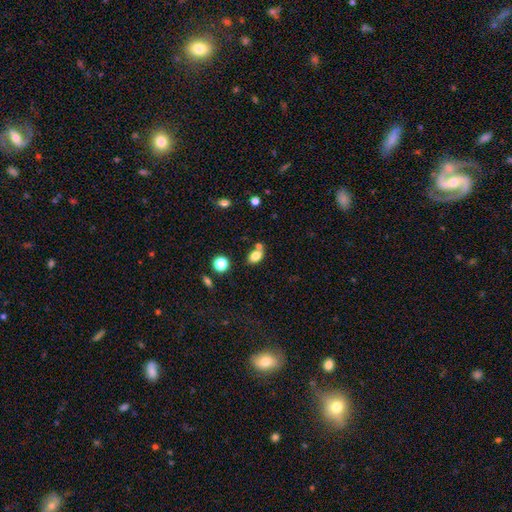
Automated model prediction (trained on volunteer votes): smooth 81%, star or artifact 11%, featured or disk 8%. Down the decision tree: how rounded — in between (80%); merging — none (60%).